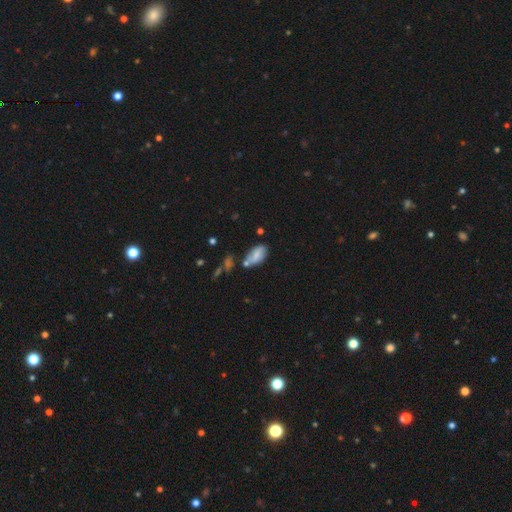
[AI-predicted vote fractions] A smooth galaxy with no disk features (60%) that is in between round and cigar-shaped (92%). Merging: none (45%).